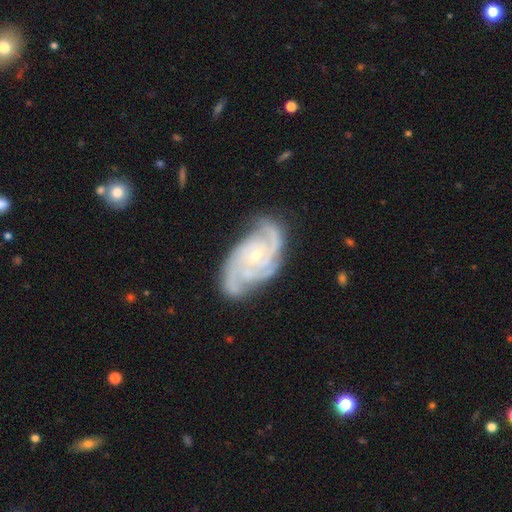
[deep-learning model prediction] Q: Smooth or featured?
A: featured or disk (91%); runner-up: smooth (5%)
Q: Edge-on disk?
A: no (97%); runner-up: yes (3%)
Q: Bar?
A: no (69%); runner-up: weak (25%)
Q: Spiral arms?
A: yes (98%); runner-up: no (2%)
Q: Spiral winding?
A: tight (64%); runner-up: medium (31%)
Q: Spiral arm count?
A: 3 (48%); runner-up: 2 (17%)
Q: Bulge size?
A: small (55%); runner-up: moderate (42%)
Q: Merging?
A: none (71%); runner-up: minor disturbance (21%)